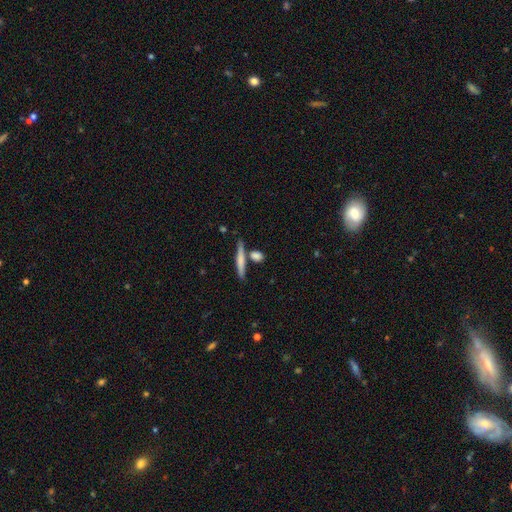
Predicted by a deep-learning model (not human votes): A smooth galaxy with no disk features (74%) that is cigar-shaped (58%).

Vote fractions:
- Smooth or featured? smooth: 74% / featured or disk: 18% / star or artifact: 7%
- How rounded? cigar-shaped: 58% / in between: 24% / round: 18%
- Merging? none: 71% / merger: 15% / minor disturbance: 10% / major disturbance: 3%